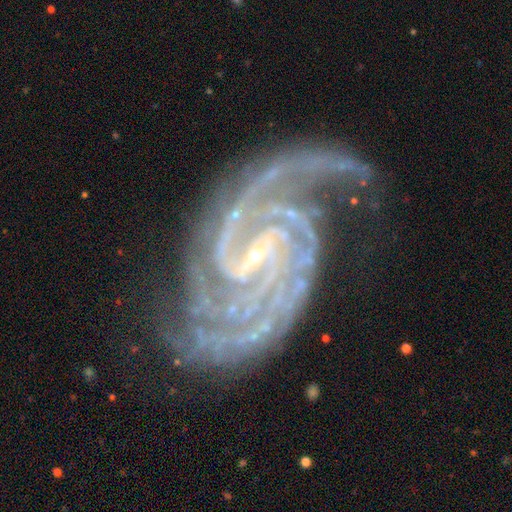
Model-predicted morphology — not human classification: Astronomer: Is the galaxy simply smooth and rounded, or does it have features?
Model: featured or disk — 93%.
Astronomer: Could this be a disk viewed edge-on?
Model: no — 98%.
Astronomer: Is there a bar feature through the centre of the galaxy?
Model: weak — 42% (runner-up: strong, 36%).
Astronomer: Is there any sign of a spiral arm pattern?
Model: yes — 99%.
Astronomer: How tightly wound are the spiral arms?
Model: tight — 55% (runner-up: medium, 38%).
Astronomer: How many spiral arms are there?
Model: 2 — 39% (runner-up: 3, 19%).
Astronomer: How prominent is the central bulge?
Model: small — 85%.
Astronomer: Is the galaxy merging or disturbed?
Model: none — 68%.